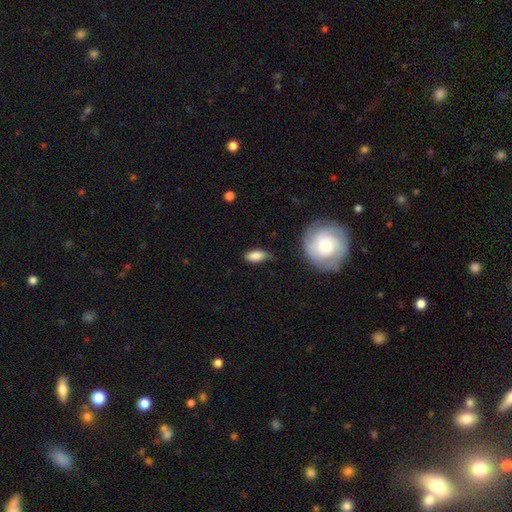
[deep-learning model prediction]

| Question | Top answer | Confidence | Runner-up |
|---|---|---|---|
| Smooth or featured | smooth | 83% | featured or disk (9%) |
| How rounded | in between | 88% | cigar-shaped (7%) |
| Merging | none | 66% | minor disturbance (26%) |